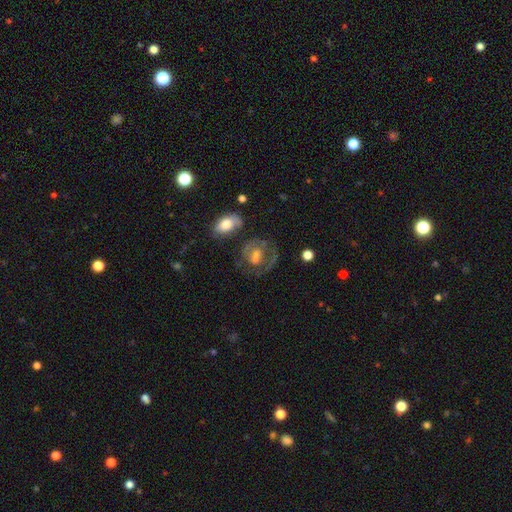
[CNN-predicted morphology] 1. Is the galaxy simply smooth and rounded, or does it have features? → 55% featured or disk, 33% smooth, 12% star or artifact.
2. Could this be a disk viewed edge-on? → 95% no, 5% yes.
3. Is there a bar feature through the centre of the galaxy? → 57% no, 32% weak, 12% strong.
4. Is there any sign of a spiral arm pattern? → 55% no, 45% yes.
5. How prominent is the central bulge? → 37% moderate, 26% small, 19% none, 16% large, 3% dominant.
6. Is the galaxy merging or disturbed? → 55% none, 20% major disturbance, 19% minor disturbance, 7% merger.